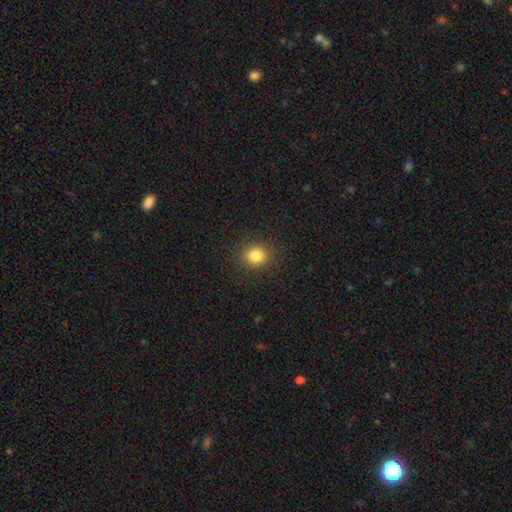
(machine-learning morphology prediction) smooth 83%, star or artifact 12%, featured or disk 5%. Down the decision tree: how rounded — round (82%); merging — none (89%).